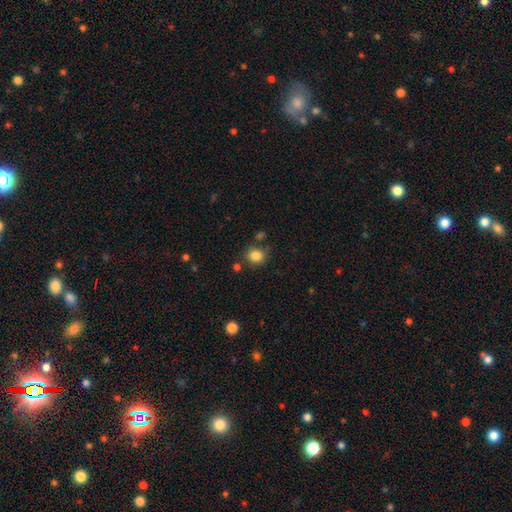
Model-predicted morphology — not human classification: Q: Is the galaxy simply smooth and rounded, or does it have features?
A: smooth — 84%.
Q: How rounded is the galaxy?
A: round — 78%.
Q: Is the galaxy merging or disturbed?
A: none — 77%.